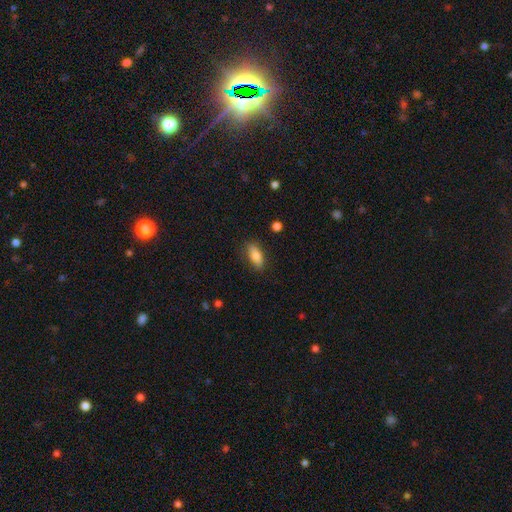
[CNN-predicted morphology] smooth-or-featured: smooth: 79% | featured or disk: 13% | star or artifact: 7%
  how-rounded: in between: 80% | cigar-shaped: 16% | round: 3%
  merging: none: 83% | minor disturbance: 13% | major disturbance: 3% | merger: 1%